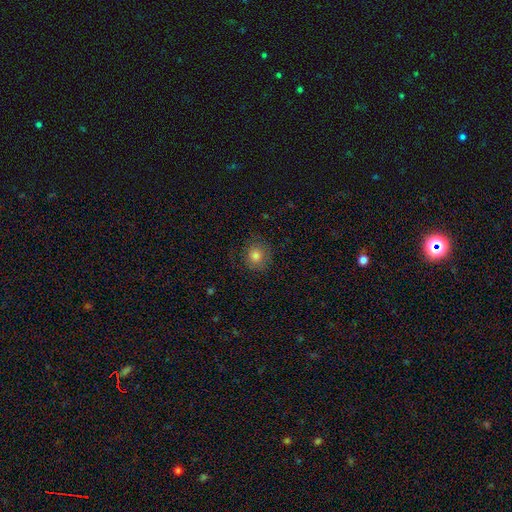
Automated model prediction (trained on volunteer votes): Overall: smooth (77%). How rounded: round (85%). Merging: none (80%).